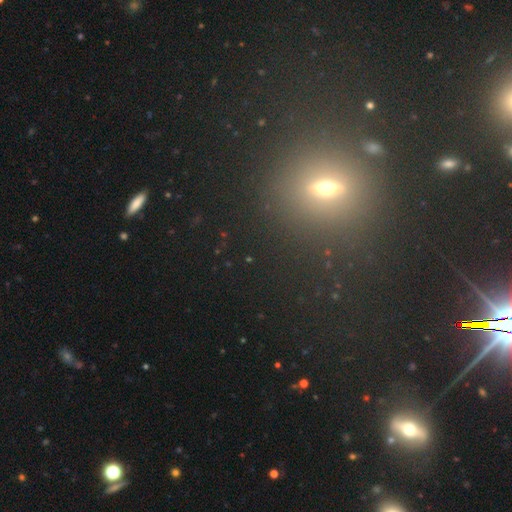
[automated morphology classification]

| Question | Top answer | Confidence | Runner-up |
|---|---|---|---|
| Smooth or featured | star or artifact | 55% | smooth (32%) |